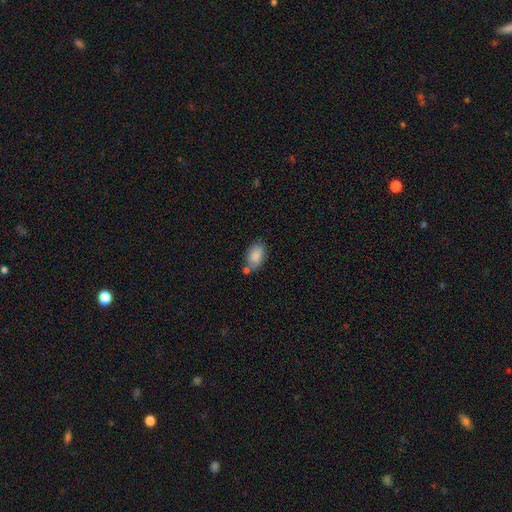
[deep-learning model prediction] Smooth or featured? Predicted: smooth (p=0.87). How rounded? Predicted: in between (p=0.91). Merging? Predicted: none (p=0.65).